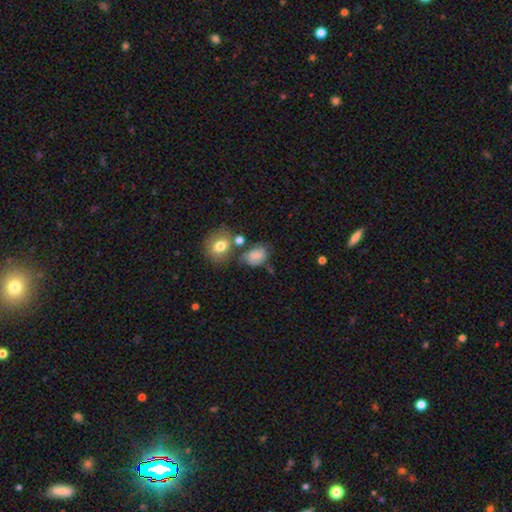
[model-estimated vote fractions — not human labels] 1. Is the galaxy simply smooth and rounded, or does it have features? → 60% smooth, 29% featured or disk, 11% star or artifact.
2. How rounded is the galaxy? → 68% in between, 30% round, 1% cigar-shaped.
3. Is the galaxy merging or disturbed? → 52% none, 25% minor disturbance, 13% merger, 11% major disturbance.